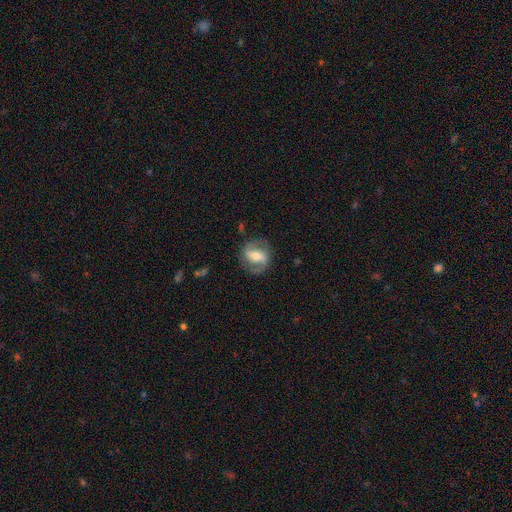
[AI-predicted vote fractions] Q: Smooth or featured?
A: featured or disk (70%); runner-up: smooth (24%)
Q: Edge-on disk?
A: no (95%); runner-up: yes (5%)
Q: Bar?
A: strong (40%); runner-up: weak (36%)
Q: Spiral arms?
A: yes (84%); runner-up: no (16%)
Q: Spiral winding?
A: medium (48%); runner-up: loose (28%)
Q: Spiral arm count?
A: 2 (87%); runner-up: can't tell (7%)
Q: Bulge size?
A: moderate (58%); runner-up: small (28%)
Q: Merging?
A: none (77%); runner-up: minor disturbance (14%)